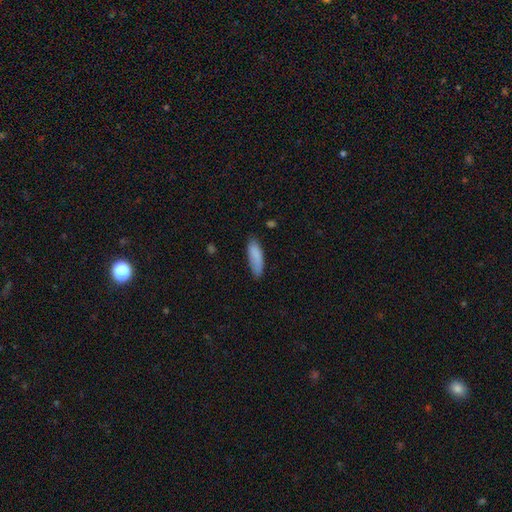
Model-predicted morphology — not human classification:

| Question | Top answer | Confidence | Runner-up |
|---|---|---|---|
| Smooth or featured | smooth | 86% | featured or disk (8%) |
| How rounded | cigar-shaped | 51% | in between (47%) |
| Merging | none | 75% | minor disturbance (20%) |